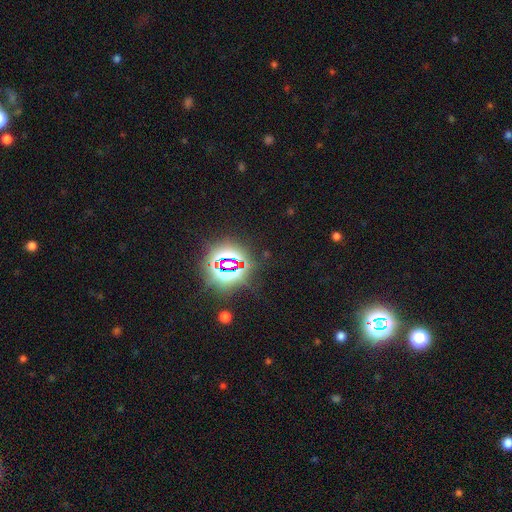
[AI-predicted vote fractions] A star or artifact, not a galaxy (82%).